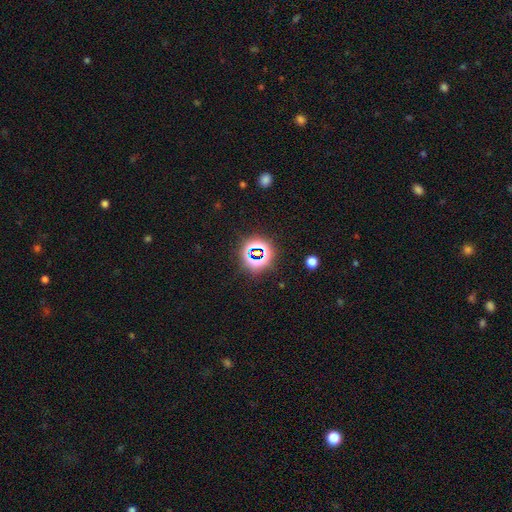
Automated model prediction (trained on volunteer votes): smooth-or-featured: star or artifact: 72% | smooth: 19% | featured or disk: 10%